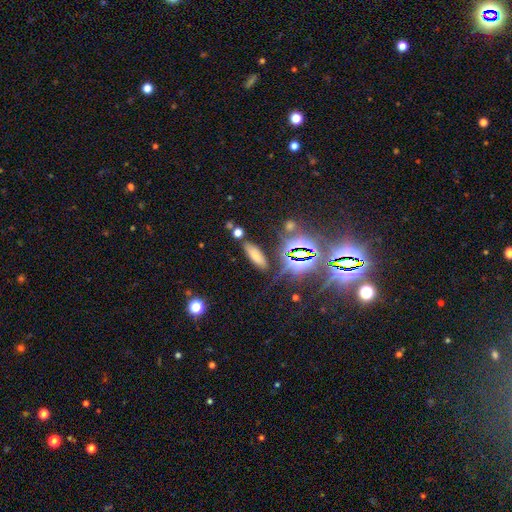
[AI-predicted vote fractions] smooth-or-featured: smooth: 63% | star or artifact: 25% | featured or disk: 12%
  how-rounded: in between: 61% | cigar-shaped: 35% | round: 4%
  merging: none: 80% | minor disturbance: 12% | merger: 5% | major disturbance: 4%